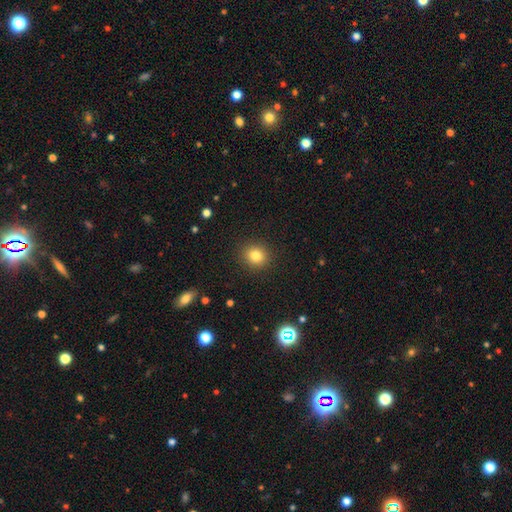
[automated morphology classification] This is clearly a smooth galaxy (82%). How rounded: clearly round (86%). Merging: clearly none (91%).